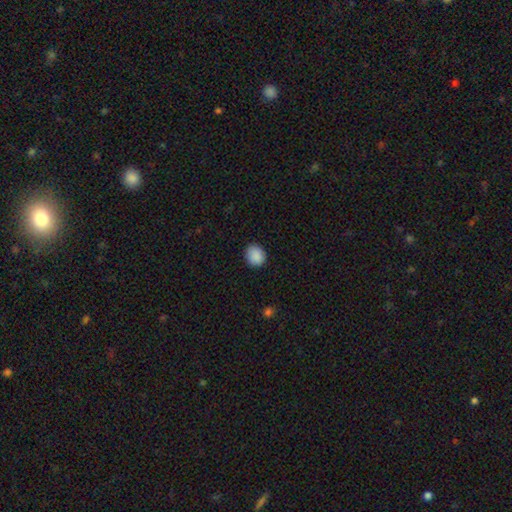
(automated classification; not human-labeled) Smooth or featured?
  - smooth: 89% *
  - star or artifact: 8%
  - featured or disk: 3%
How rounded?
  - round: 75% *
  - in between: 25%
  - cigar-shaped: 1%
Merging?
  - none: 86% *
  - minor disturbance: 11%
  - major disturbance: 2%
  - merger: 1%